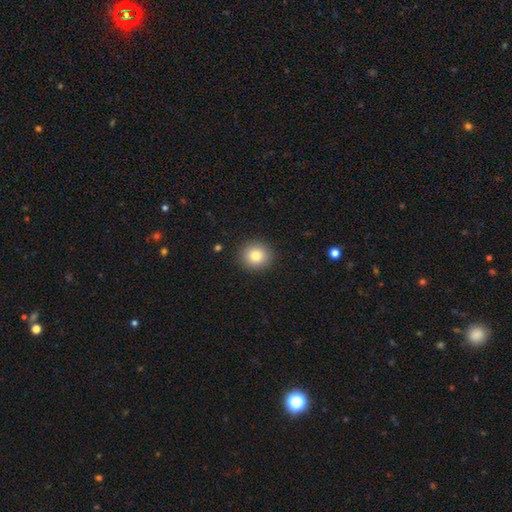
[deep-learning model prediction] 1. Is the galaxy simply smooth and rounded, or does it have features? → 81% smooth, 10% star or artifact, 9% featured or disk.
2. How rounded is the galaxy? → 91% round, 8% in between, 1% cigar-shaped.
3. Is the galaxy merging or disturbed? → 91% none, 6% minor disturbance, 2% major disturbance, 1% merger.